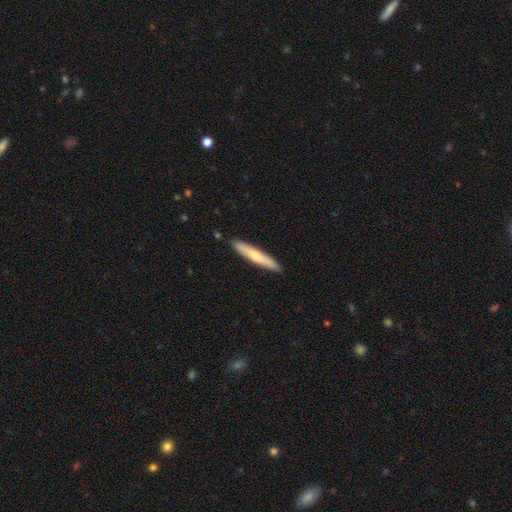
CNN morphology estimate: Smooth or featured? Predicted: smooth (p=0.60). How rounded? Predicted: cigar-shaped (p=0.91). Merging? Predicted: none (p=0.90).